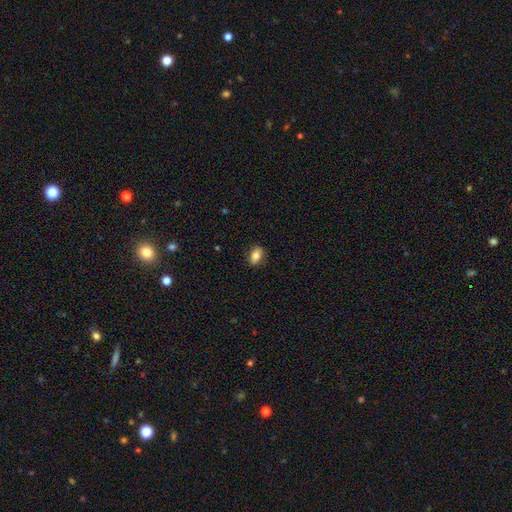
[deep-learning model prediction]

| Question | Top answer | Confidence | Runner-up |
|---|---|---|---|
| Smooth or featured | smooth | 82% | featured or disk (10%) |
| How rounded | in between | 84% | round (12%) |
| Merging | none | 87% | minor disturbance (10%) |